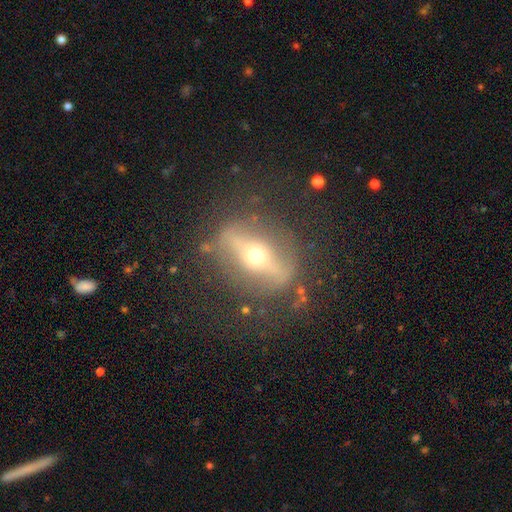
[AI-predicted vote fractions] The model was most divided on "edge-on disk": no: 57%, yes: 43%. More confident: smooth or featured — featured or disk (72%); merging — none (72%).